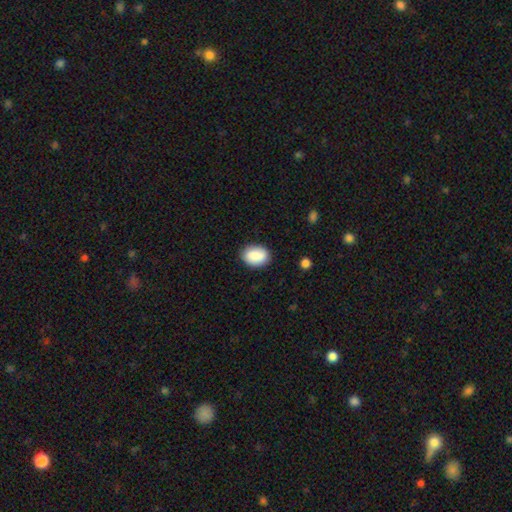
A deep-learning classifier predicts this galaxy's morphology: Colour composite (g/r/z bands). It shows a smooth galaxy with no disk features (89%) that is in between round and cigar-shaped (74%). Merging: none (86%).